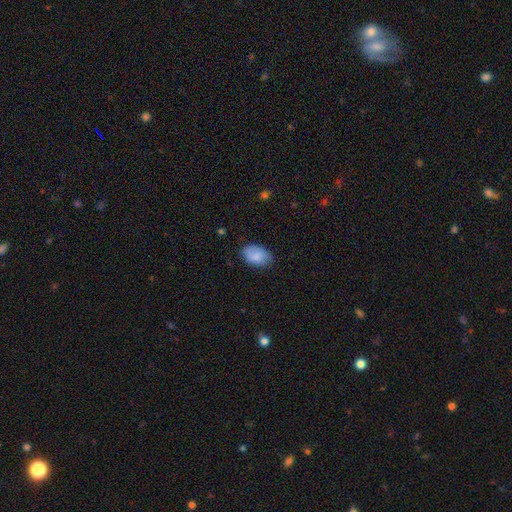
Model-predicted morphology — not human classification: smooth 84%, featured or disk 9%, star or artifact 7%. Down the decision tree: how rounded — in between (90%); merging — none (72%).